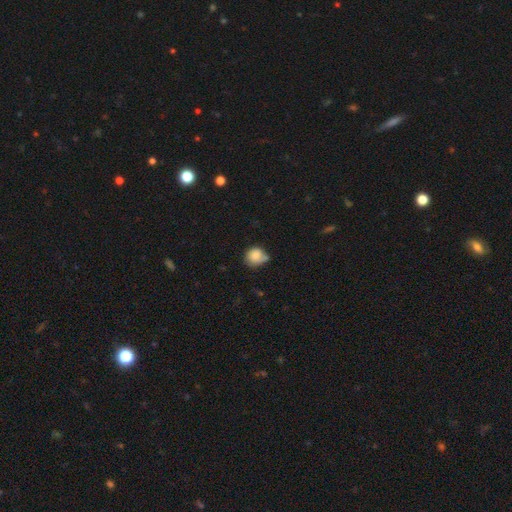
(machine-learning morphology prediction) This is clearly a smooth galaxy (84%). How rounded: likely round (78%). Merging: possibly none (46%).